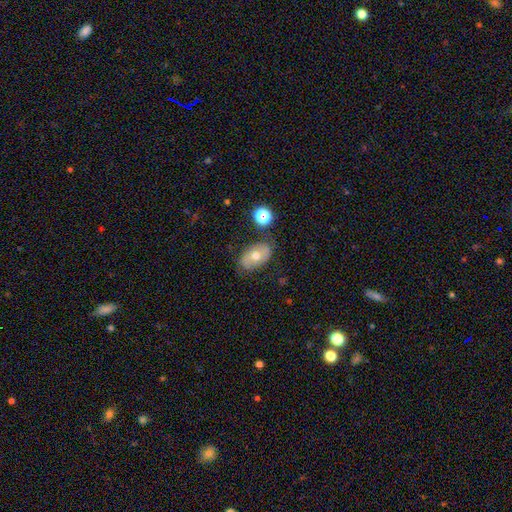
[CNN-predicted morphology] Q: Smooth or featured?
A: smooth (57%); runner-up: featured or disk (34%)
Q: How rounded?
A: in between (88%); runner-up: round (11%)
Q: Merging?
A: none (74%); runner-up: minor disturbance (17%)